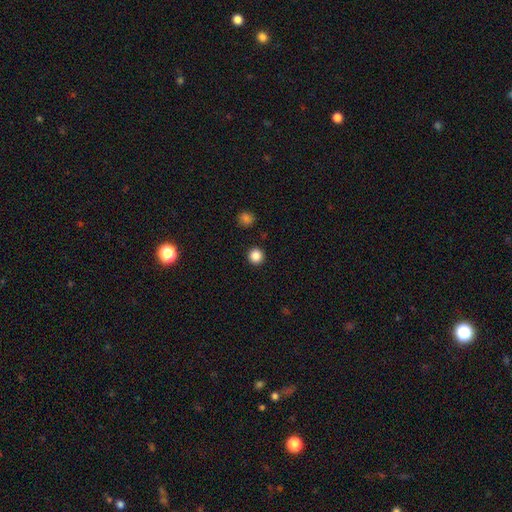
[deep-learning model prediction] smooth 86%, star or artifact 11%, featured or disk 3%. Down the decision tree: how rounded — round (95%); merging — none (93%).